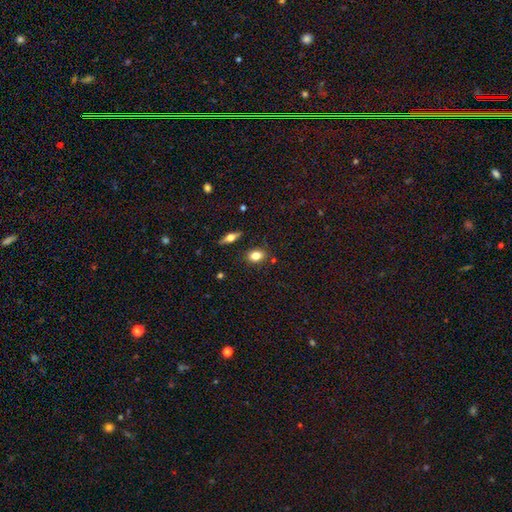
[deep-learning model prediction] A smooth galaxy with no disk features (78%) that is in between round and cigar-shaped (66%).

Vote fractions:
- Smooth or featured? smooth: 78% / featured or disk: 12% / star or artifact: 10%
- How rounded? in between: 66% / round: 31% / cigar-shaped: 3%
- Merging? none: 82% / minor disturbance: 11% / merger: 4% / major disturbance: 3%